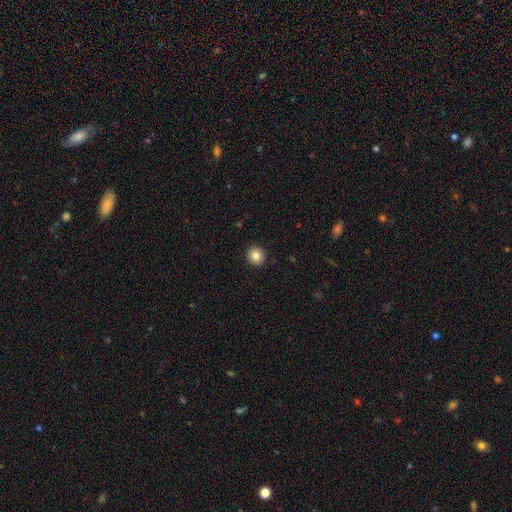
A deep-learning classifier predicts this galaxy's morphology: Smooth or featured?
  - smooth: 83% *
  - star or artifact: 9%
  - featured or disk: 8%
How rounded?
  - round: 94% *
  - in between: 5%
  - cigar-shaped: 1%
Merging?
  - none: 93% *
  - minor disturbance: 5%
  - major disturbance: 2%
  - merger: 1%